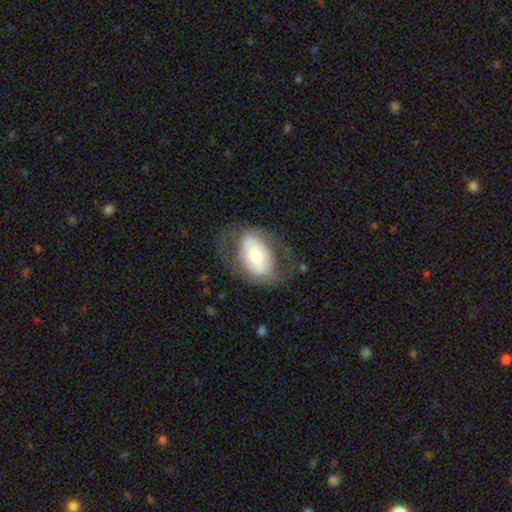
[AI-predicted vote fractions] Smooth or featured? featured or disk (50%)
Edge-on disk? no (91%)
Merging? none (65%)